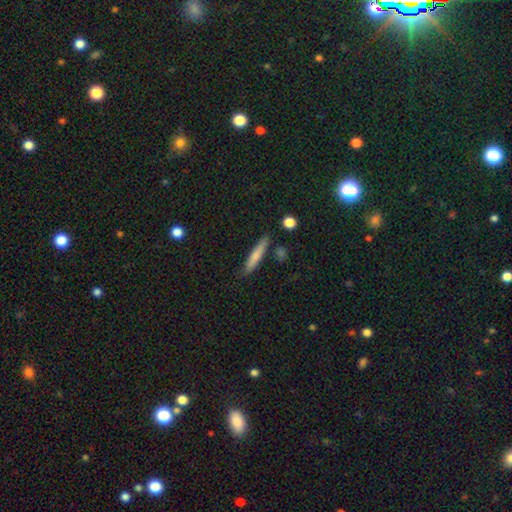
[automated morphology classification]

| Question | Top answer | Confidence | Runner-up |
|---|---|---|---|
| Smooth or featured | smooth | 73% | featured or disk (21%) |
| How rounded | cigar-shaped | 91% | in between (7%) |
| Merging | none | 81% | minor disturbance (13%) |